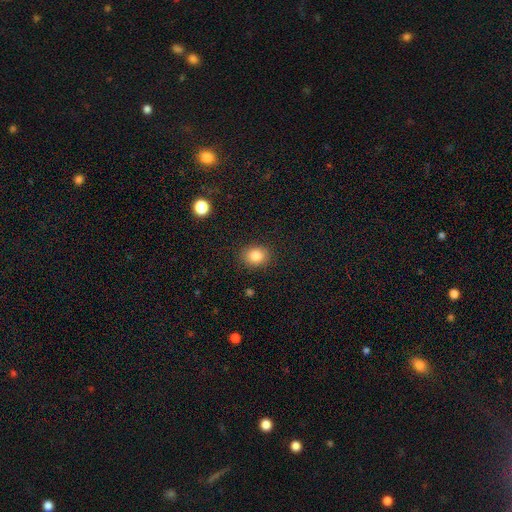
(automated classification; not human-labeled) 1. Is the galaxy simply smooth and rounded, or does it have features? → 84% smooth, 10% star or artifact, 6% featured or disk.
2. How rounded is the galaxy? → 61% round, 38% in between, 1% cigar-shaped.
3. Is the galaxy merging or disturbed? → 89% none, 8% minor disturbance, 2% major disturbance, 1% merger.